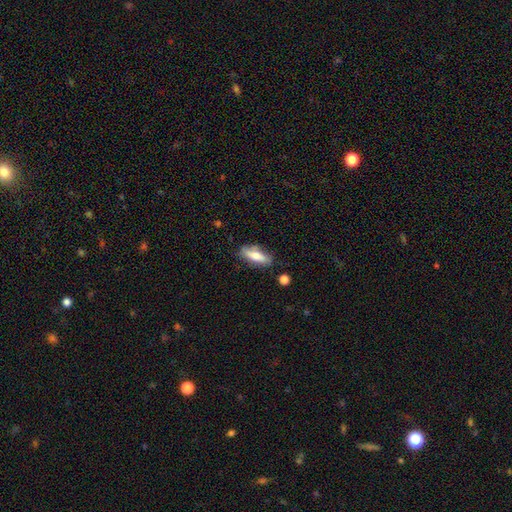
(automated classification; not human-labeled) This is likely a smooth galaxy (67%). How rounded: possibly in between (59%). Merging: likely none (75%).